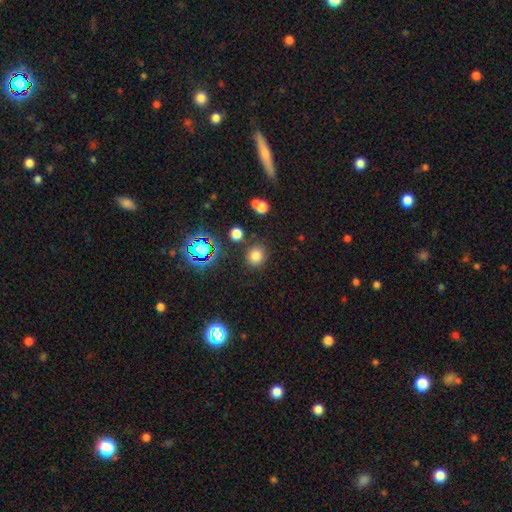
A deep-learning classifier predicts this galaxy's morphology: A smooth galaxy with no disk features (74%) that is round (79%). Merging: none (82%).